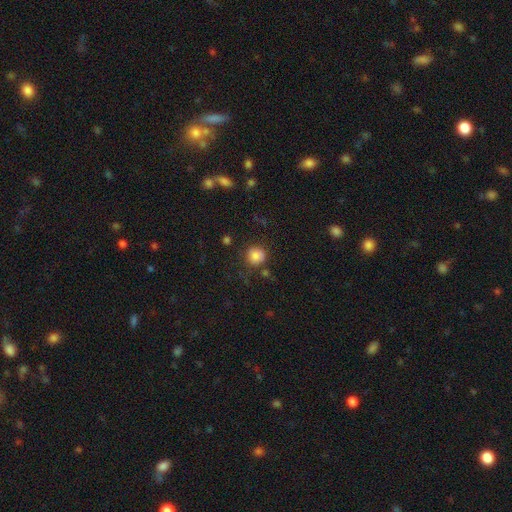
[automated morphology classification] Q: Smooth or featured?
A: smooth (82%); runner-up: star or artifact (11%)
Q: How rounded?
A: round (86%); runner-up: in between (13%)
Q: Merging?
A: none (73%); runner-up: minor disturbance (17%)